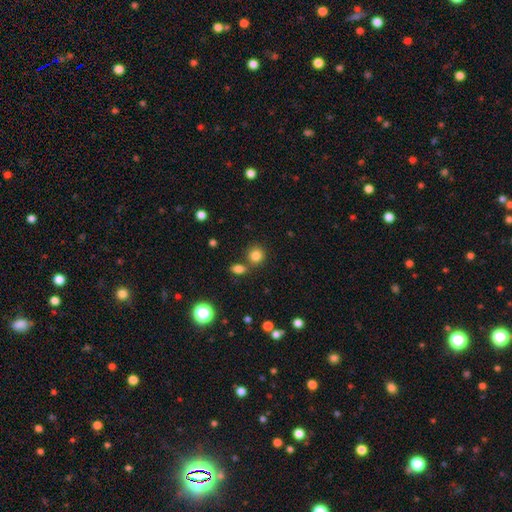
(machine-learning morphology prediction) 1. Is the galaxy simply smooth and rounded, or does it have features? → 82% smooth, 12% star or artifact, 6% featured or disk.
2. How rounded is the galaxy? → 84% round, 15% in between, 1% cigar-shaped.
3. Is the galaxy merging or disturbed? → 69% none, 19% merger, 9% minor disturbance, 3% major disturbance.